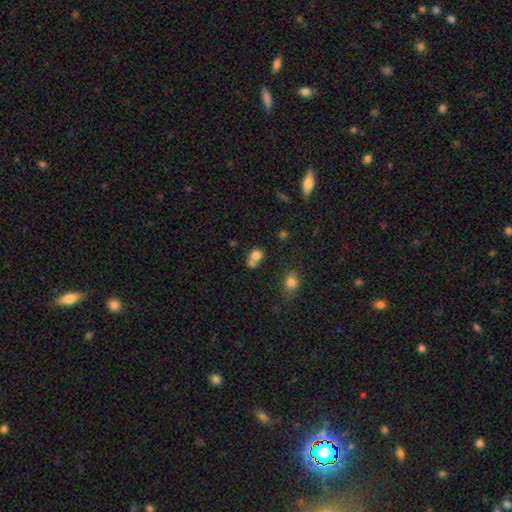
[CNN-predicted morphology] A smooth galaxy with no disk features (76%) that is round (55%).

Vote fractions:
- Smooth or featured? smooth: 76% / featured or disk: 13% / star or artifact: 11%
- How rounded? round: 55% / in between: 44% / cigar-shaped: 1%
- Merging? merger: 48% / none: 32% / minor disturbance: 13% / major disturbance: 7%